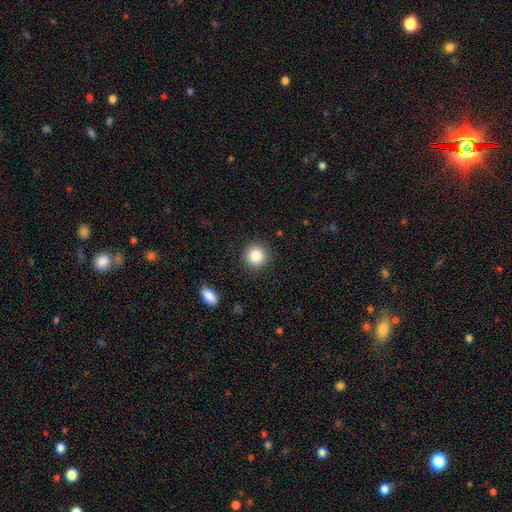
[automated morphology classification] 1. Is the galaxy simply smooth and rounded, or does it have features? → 86% smooth, 9% star or artifact, 4% featured or disk.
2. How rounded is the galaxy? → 93% round, 6% in between, 1% cigar-shaped.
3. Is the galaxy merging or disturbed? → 90% none, 6% minor disturbance, 2% major disturbance, 1% merger.